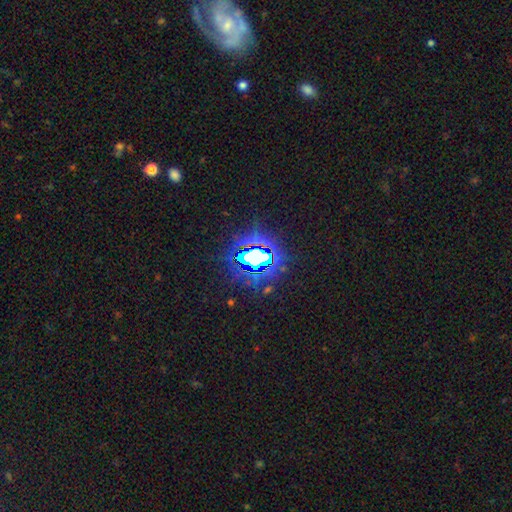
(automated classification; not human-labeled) smooth_or_featured: star or artifact (p=0.77) [alt: smooth p=0.12]